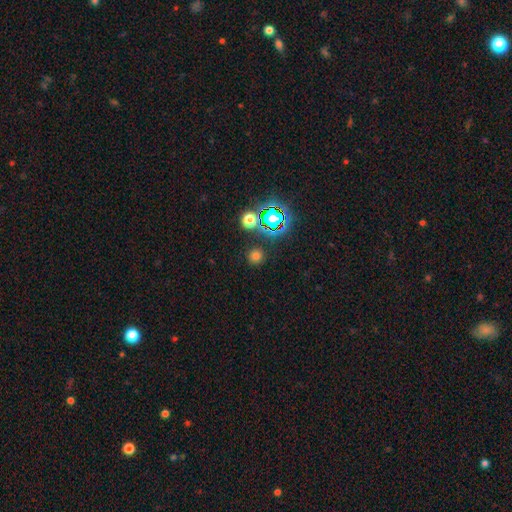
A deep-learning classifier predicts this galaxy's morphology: smooth_or_featured: smooth (p=0.68) [alt: star or artifact p=0.26]
how_rounded: round (p=0.92) [alt: in between p=0.07]
merging: none (p=0.86) [alt: minor disturbance p=0.07]